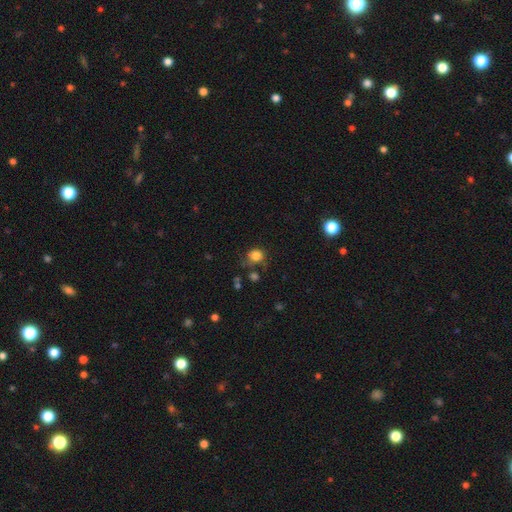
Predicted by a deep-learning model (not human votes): A smooth galaxy with no disk features (82%) that is round (75%).

Vote fractions:
- Smooth or featured? smooth: 82% / star or artifact: 12% / featured or disk: 6%
- How rounded? round: 75% / in between: 24% / cigar-shaped: 1%
- Merging? none: 59% / minor disturbance: 22% / major disturbance: 11% / merger: 8%